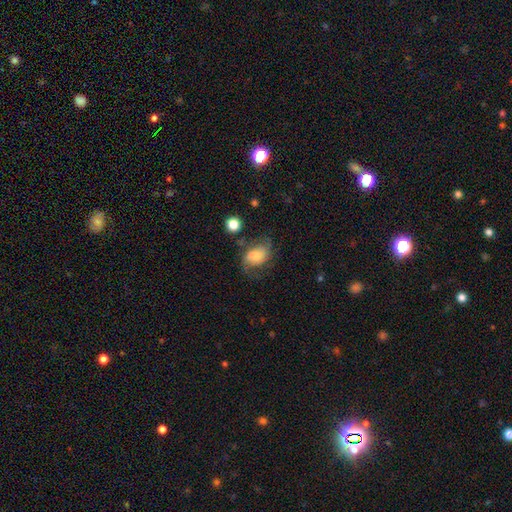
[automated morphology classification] smooth_or_featured: smooth (p=0.57) [alt: featured or disk p=0.34]
how_rounded: in between (p=0.75) [alt: round p=0.24]
merging: none (p=0.51) [alt: minor disturbance p=0.26]